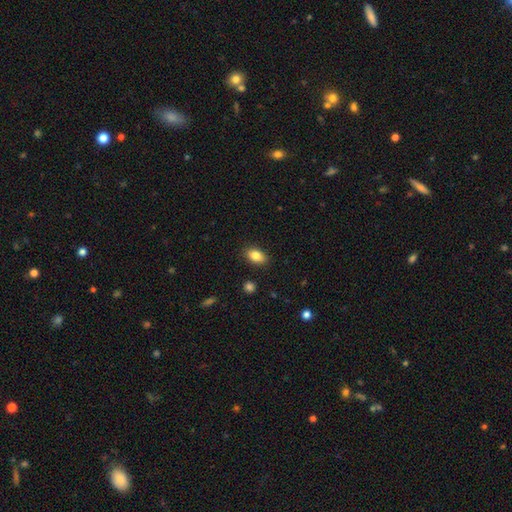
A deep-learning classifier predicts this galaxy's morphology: Smooth or featured?
  - smooth: 85% *
  - star or artifact: 8%
  - featured or disk: 7%
How rounded?
  - in between: 88% *
  - round: 10%
  - cigar-shaped: 2%
Merging?
  - none: 88% *
  - minor disturbance: 9%
  - major disturbance: 2%
  - merger: 1%